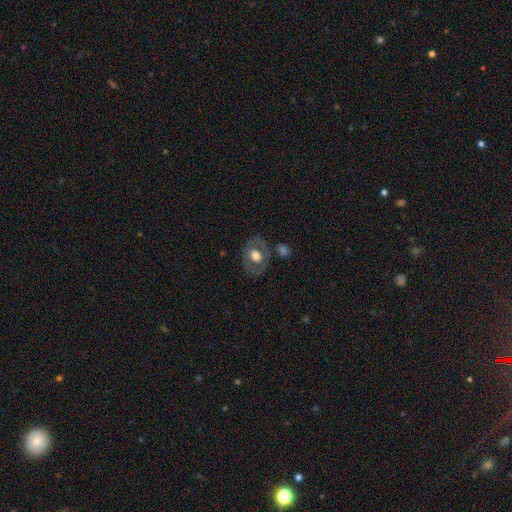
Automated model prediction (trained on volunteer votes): Smooth or featured: featured or disk — 47% (smooth — 46%)
Merging: none — 73% (minor disturbance — 14%)